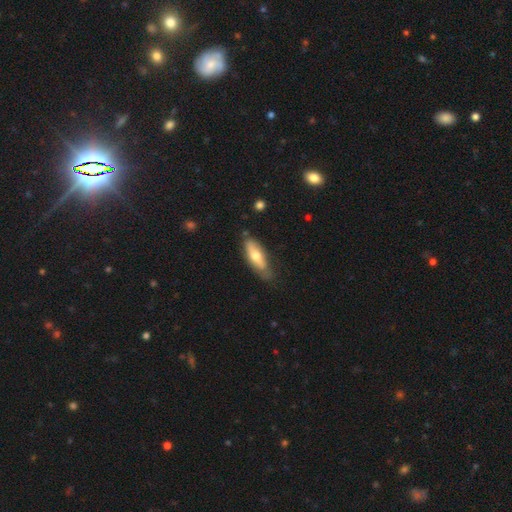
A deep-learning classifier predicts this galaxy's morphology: type=smooth (59%); roundness=in between (60%); merging=none (71%).